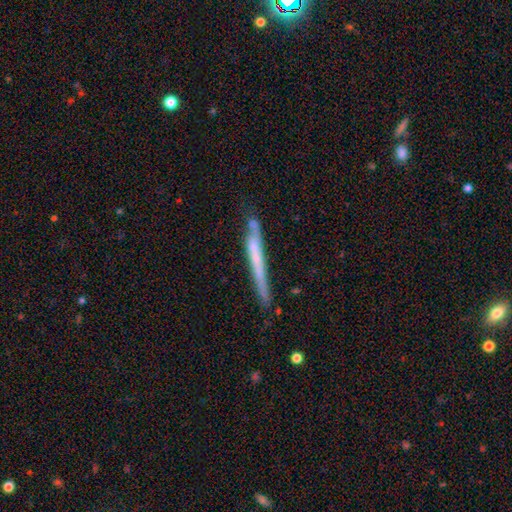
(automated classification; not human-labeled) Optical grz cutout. It shows a featured or disk galaxy (50%) viewed edge-on (91%). Merging: none (66%).